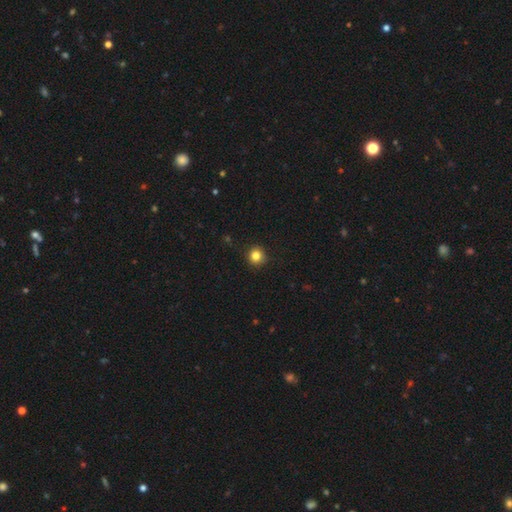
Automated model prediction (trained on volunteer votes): Morphology: type=smooth (83%); roundness=round (93%); merging=none (91%).